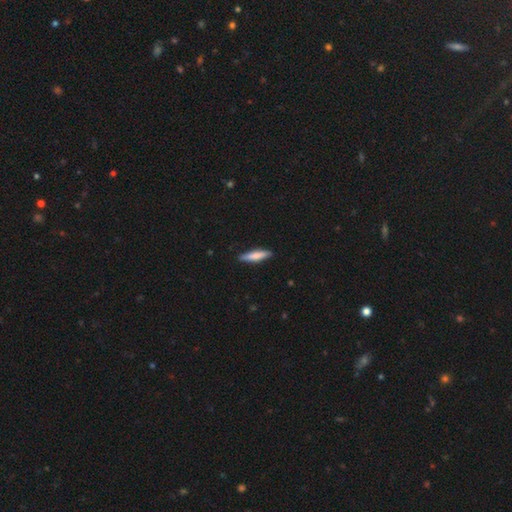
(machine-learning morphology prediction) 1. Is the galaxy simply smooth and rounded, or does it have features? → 74% smooth, 21% featured or disk, 5% star or artifact.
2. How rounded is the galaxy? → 82% cigar-shaped, 17% in between, 1% round.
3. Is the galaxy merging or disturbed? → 88% none, 9% minor disturbance, 2% major disturbance, 1% merger.